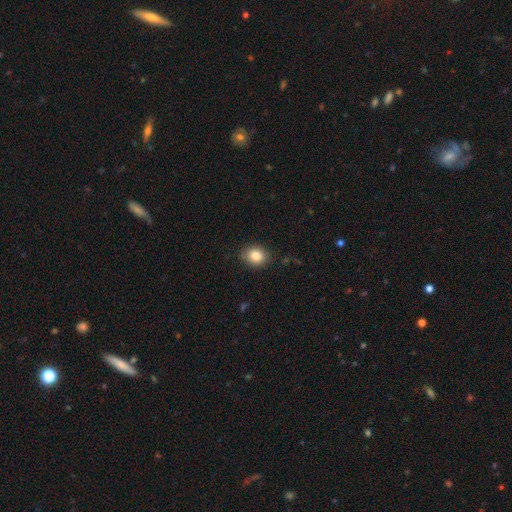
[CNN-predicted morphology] type=smooth (85%); roundness=round (50%); merging=none (85%).